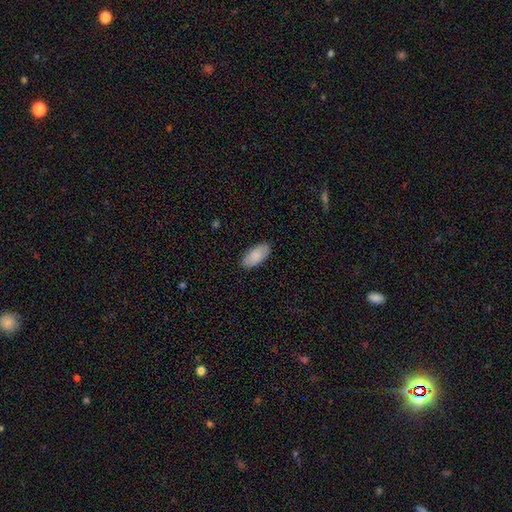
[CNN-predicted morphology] type=smooth (87%); roundness=in between (92%); merging=none (88%).